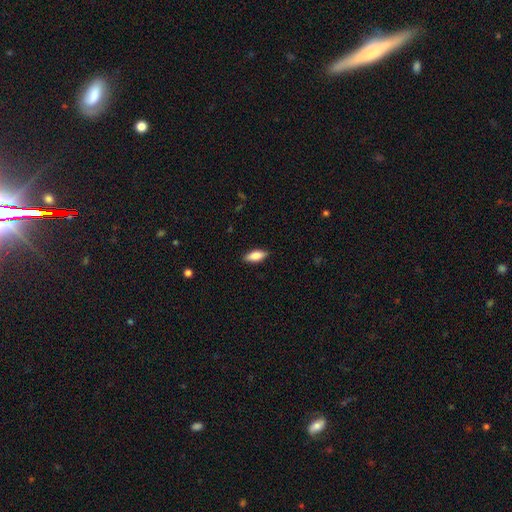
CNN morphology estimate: smooth-or-featured: smooth: 82% | featured or disk: 12% | star or artifact: 6%
  how-rounded: in between: 79% | cigar-shaped: 18% | round: 2%
  merging: none: 88% | minor disturbance: 9% | major disturbance: 2% | merger: 1%